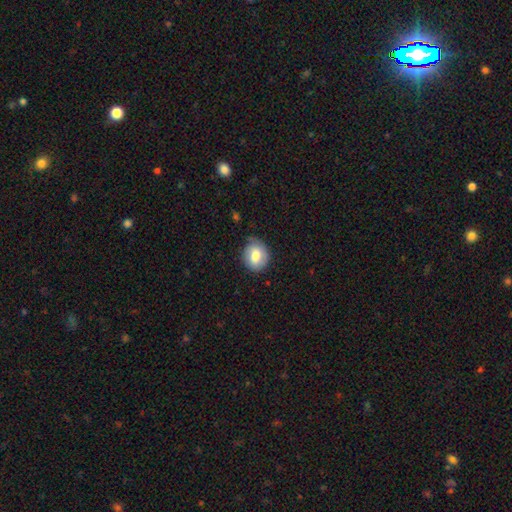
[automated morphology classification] A smooth galaxy with no disk features (76%) that is round (63%). Merging: none (68%).